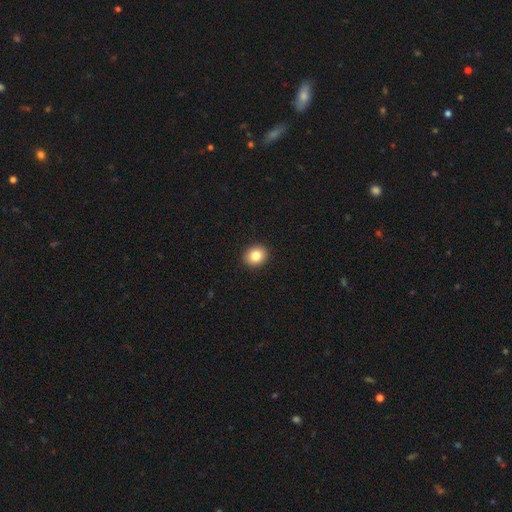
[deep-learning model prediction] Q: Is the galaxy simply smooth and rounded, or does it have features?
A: smooth — 83%.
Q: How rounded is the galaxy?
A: round — 68%.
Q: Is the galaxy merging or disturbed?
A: none — 92%.